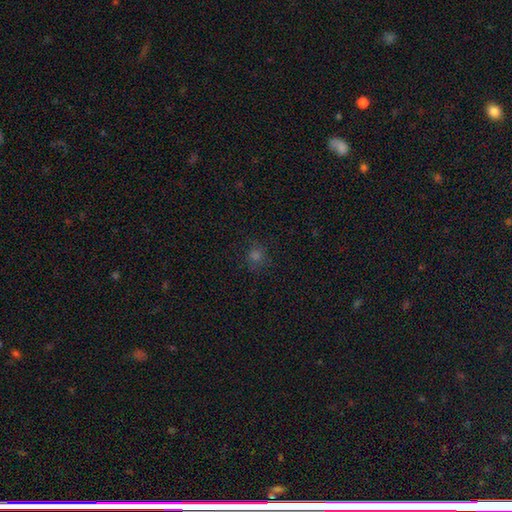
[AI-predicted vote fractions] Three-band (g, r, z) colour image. It shows a smooth galaxy with no disk features (58%) that is round (90%). Merging: none (85%).